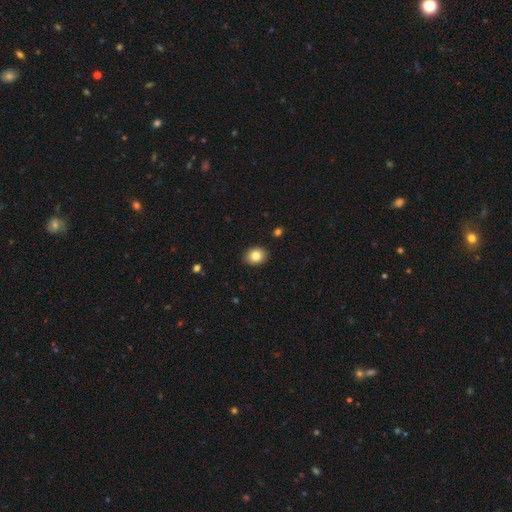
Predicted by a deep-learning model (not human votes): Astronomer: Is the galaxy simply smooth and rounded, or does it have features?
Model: smooth — 84%.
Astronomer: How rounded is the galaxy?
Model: round — 51% (runner-up: in between, 48%).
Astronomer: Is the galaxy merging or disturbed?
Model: none — 90%.